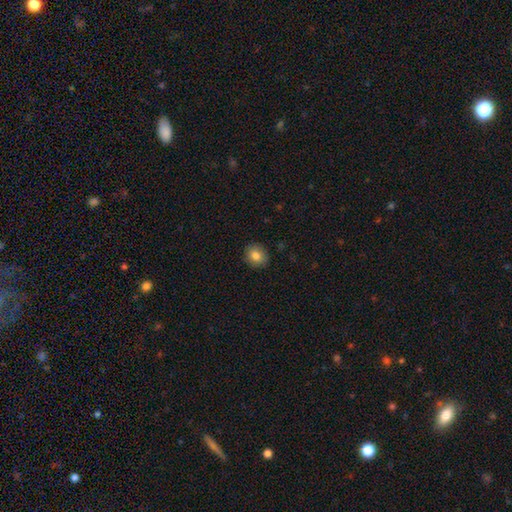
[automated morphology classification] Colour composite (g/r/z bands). It shows a smooth galaxy with no disk features (83%) that is round (67%). Merging: none (89%).